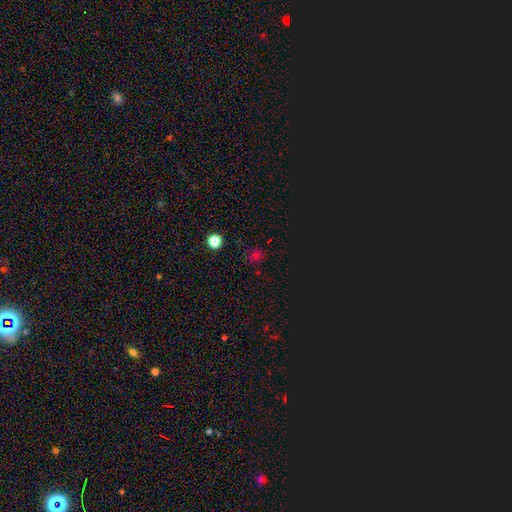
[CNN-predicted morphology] Smooth or featured?
  - smooth: 49% *
  - star or artifact: 45%
  - featured or disk: 6%
Merging?
  - none: 77% *
  - minor disturbance: 14%
  - major disturbance: 5%
  - merger: 3%